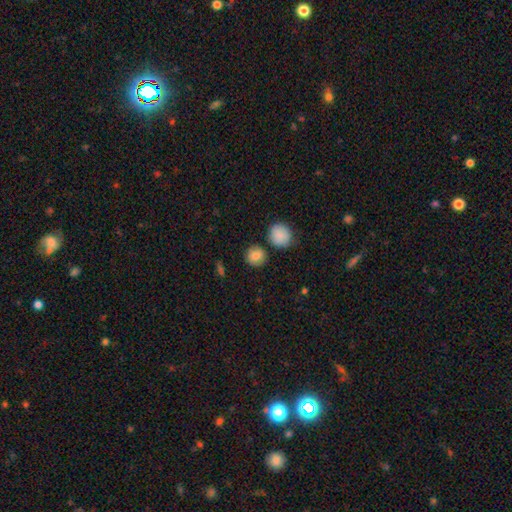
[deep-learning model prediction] smooth-or-featured: smooth: 83% | star or artifact: 9% | featured or disk: 8%
  how-rounded: round: 88% | in between: 11% | cigar-shaped: 1%
  merging: none: 81% | minor disturbance: 9% | merger: 8% | major disturbance: 3%